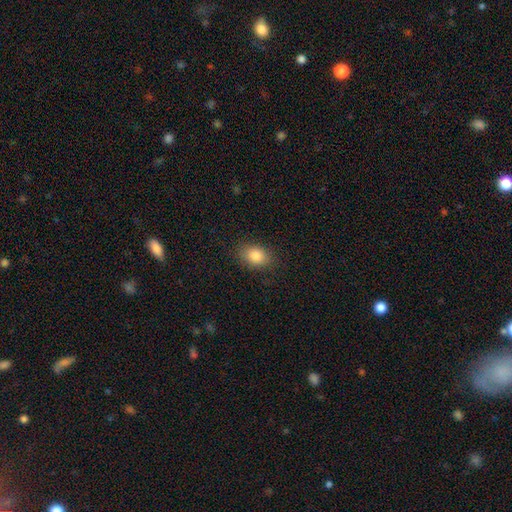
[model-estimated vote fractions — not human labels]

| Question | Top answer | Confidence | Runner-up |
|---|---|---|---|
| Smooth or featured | smooth | 85% | star or artifact (9%) |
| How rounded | in between | 80% | round (19%) |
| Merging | none | 85% | minor disturbance (11%) |